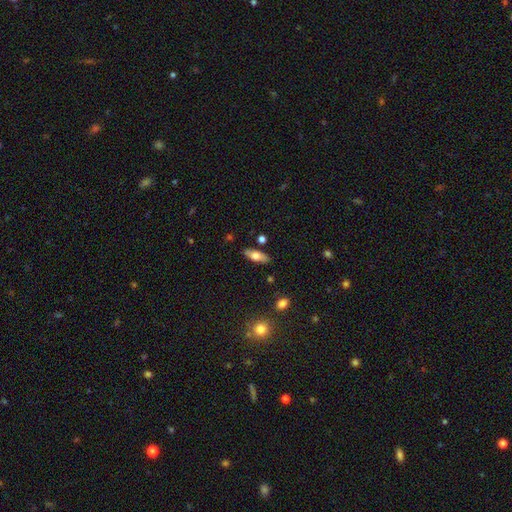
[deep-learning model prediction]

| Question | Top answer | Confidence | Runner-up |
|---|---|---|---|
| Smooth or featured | smooth | 65% | featured or disk (29%) |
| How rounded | in between | 68% | cigar-shaped (29%) |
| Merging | none | 83% | minor disturbance (12%) |